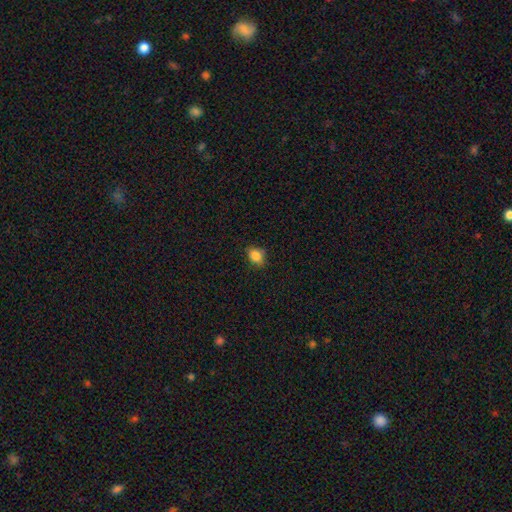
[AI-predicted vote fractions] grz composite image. It shows a smooth galaxy with no disk features (84%) that is in between round and cigar-shaped (58%). Merging: none (80%).